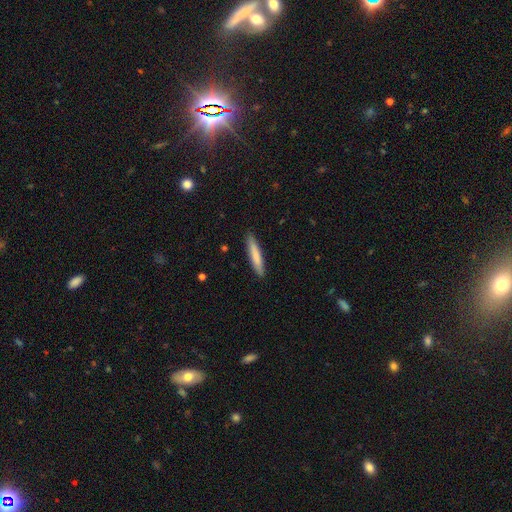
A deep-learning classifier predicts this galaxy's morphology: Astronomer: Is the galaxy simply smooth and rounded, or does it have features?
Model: smooth — 79%.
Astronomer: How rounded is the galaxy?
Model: cigar-shaped — 91%.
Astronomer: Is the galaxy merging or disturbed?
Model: none — 89%.